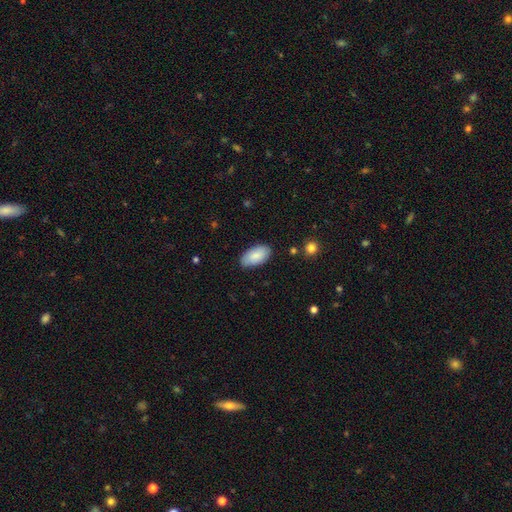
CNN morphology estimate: Q: Smooth or featured?
A: smooth (86%); runner-up: featured or disk (8%)
Q: How rounded?
A: in between (95%); runner-up: cigar-shaped (2%)
Q: Merging?
A: none (83%); runner-up: minor disturbance (13%)